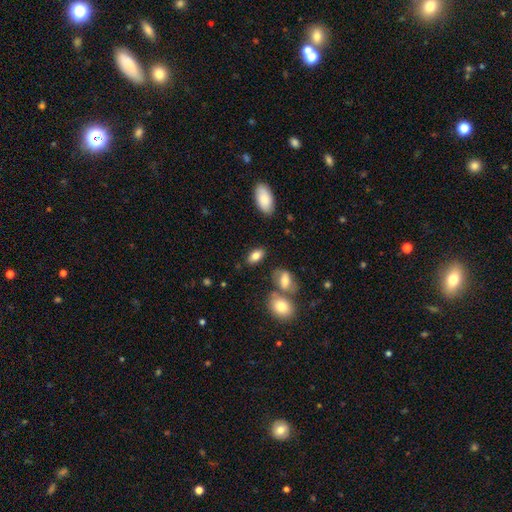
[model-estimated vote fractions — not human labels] smooth-or-featured: smooth: 80% | featured or disk: 11% | star or artifact: 8%
  how-rounded: in between: 91% | round: 5% | cigar-shaped: 4%
  merging: none: 78% | minor disturbance: 13% | merger: 6% | major disturbance: 4%